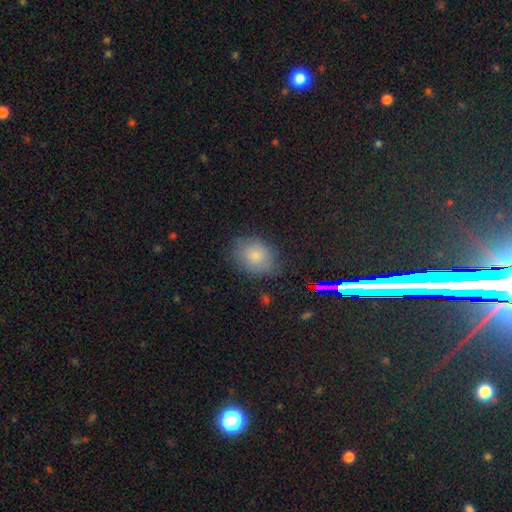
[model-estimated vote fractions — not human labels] Smooth or featured? Predicted: smooth (p=0.77). How rounded? Predicted: in between (p=0.64). Merging? Predicted: none (p=0.76).